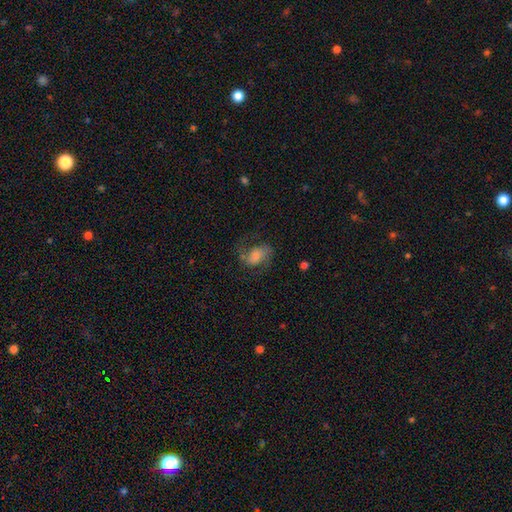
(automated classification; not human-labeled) A featured or disk galaxy (59%) with no bar (48%), 2 (85%) medium (45%) spiral arms (89%) and a moderate central bulge (35%).

Vote fractions:
- Smooth or featured? featured or disk: 59% / smooth: 29% / star or artifact: 12%
- Edge-on disk? no: 97% / yes: 3%
- Bar? no: 48% / weak: 39% / strong: 13%
- Spiral arms? yes: 89% / no: 11%
- Spiral winding? medium: 45% / loose: 44% / tight: 12%
- Spiral arm count? 2: 85% / can't tell: 6% / 1: 5% / 3: 1% / 4: 1% / more than 4: 1%
- Bulge size? moderate: 35% / small: 33% / large: 16% / none: 12% / dominant: 4%
- Merging? none: 60% / major disturbance: 20% / minor disturbance: 18% / merger: 2%